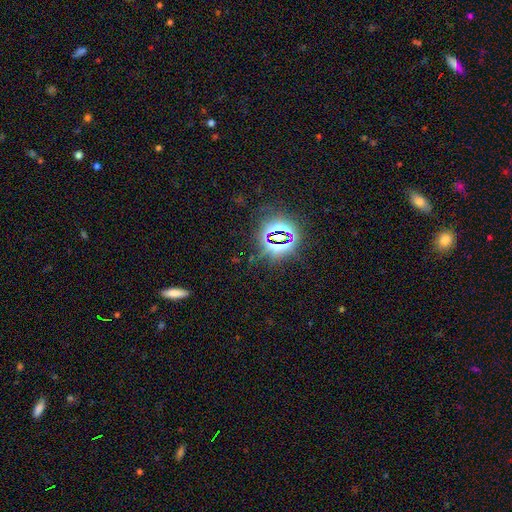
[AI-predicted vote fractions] Q: Smooth or featured?
A: star or artifact (78%); runner-up: smooth (14%)